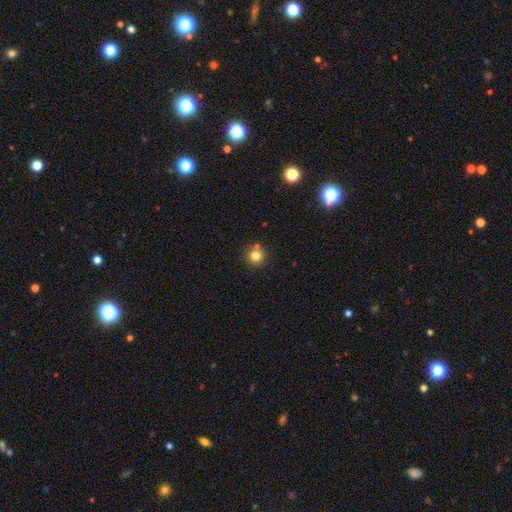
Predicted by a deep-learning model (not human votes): This is clearly a smooth galaxy (80%). How rounded: clearly round (93%). Merging: likely none (74%).